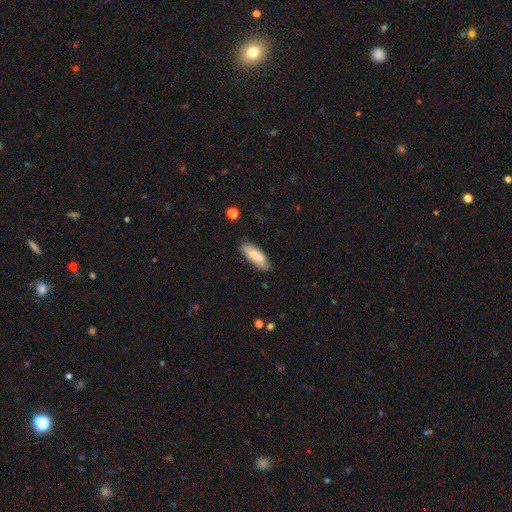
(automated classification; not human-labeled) Smooth or featured: smooth — 78% (featured or disk — 16%)
How rounded: in between — 71% (cigar-shaped — 27%)
Merging: none — 83% (minor disturbance — 13%)